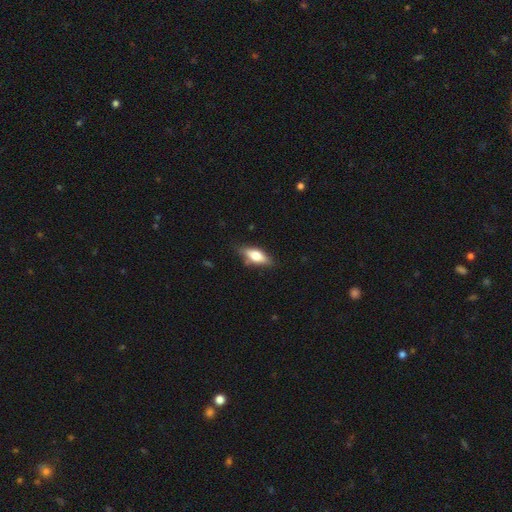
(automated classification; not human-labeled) This is likely a smooth galaxy (63%). How rounded: likely in between (72%). Merging: likely none (78%).